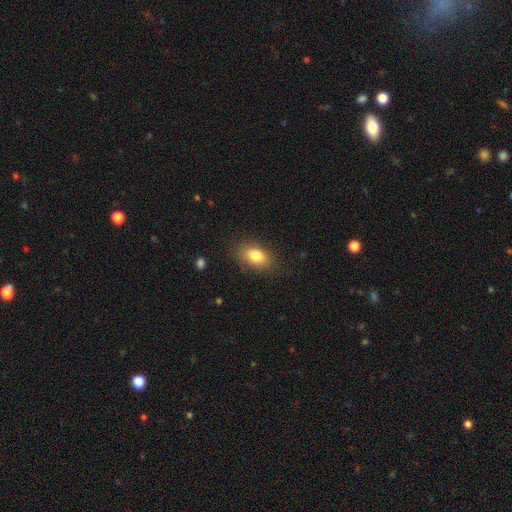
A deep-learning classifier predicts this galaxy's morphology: Q: Smooth or featured?
A: smooth (82%); runner-up: featured or disk (9%)
Q: How rounded?
A: in between (88%); runner-up: round (9%)
Q: Merging?
A: none (83%); runner-up: minor disturbance (12%)